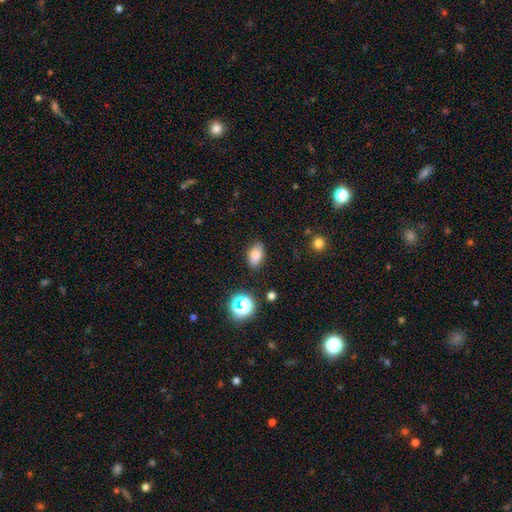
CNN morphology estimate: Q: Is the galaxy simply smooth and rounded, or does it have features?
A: smooth — 82%.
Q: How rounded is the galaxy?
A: in between — 87%.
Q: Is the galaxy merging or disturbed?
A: none — 84%.